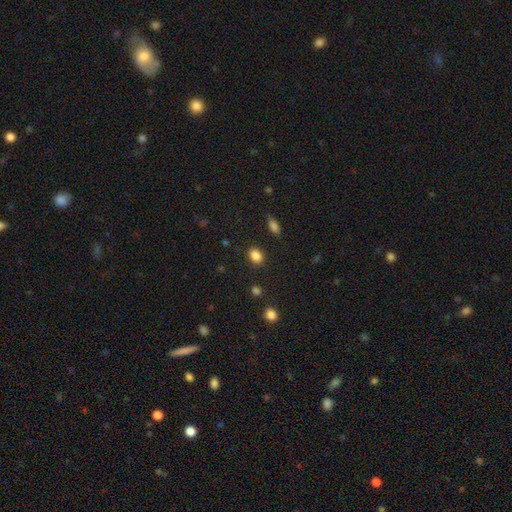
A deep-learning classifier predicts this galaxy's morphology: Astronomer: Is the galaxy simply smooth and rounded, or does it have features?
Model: smooth — 85%.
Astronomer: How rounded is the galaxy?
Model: in between — 68%.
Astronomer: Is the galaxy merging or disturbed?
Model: none — 85%.